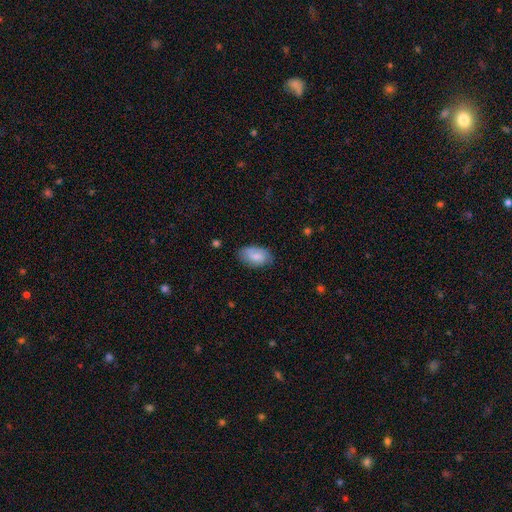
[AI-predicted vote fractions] smooth-or-featured: smooth: 64% | featured or disk: 29% | star or artifact: 7%
  how-rounded: in between: 92% | round: 6% | cigar-shaped: 2%
  merging: none: 73% | minor disturbance: 21% | major disturbance: 5% | merger: 1%